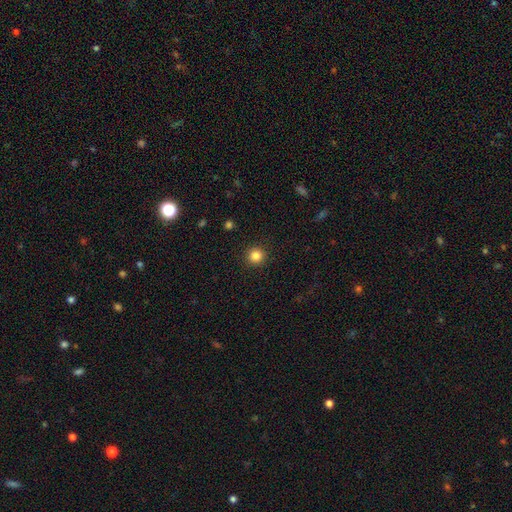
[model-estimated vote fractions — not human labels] The model was most divided on "smooth or featured": smooth: 84%, star or artifact: 12%, featured or disk: 4%. More confident: how rounded — round (95%); merging — none (93%).